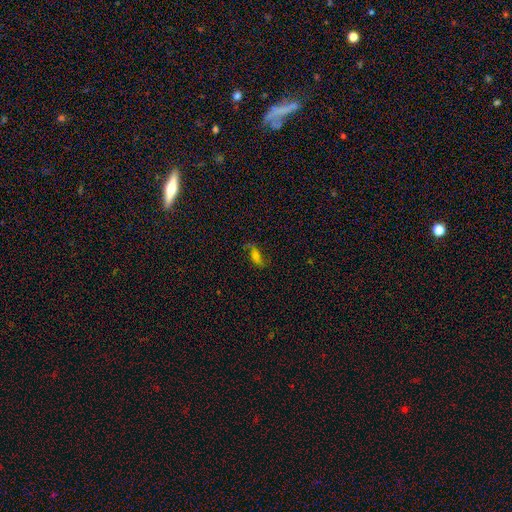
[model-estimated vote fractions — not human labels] A smooth galaxy with no disk features (54%) that is in between round and cigar-shaped (75%). Merging: none (65%).